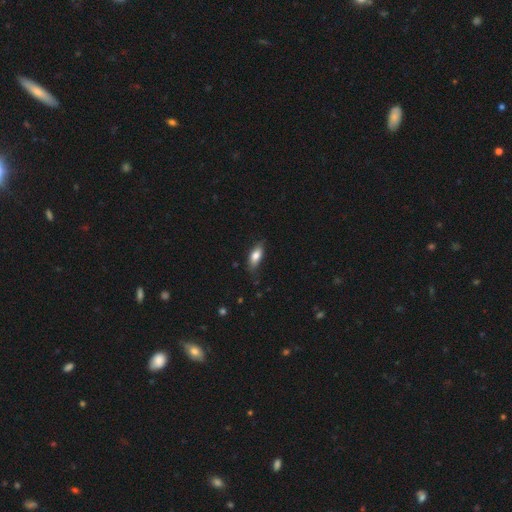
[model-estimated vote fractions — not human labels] Smooth or featured: smooth — 76% (featured or disk — 17%)
How rounded: in between — 76% (cigar-shaped — 21%)
Merging: none — 71% (minor disturbance — 23%)